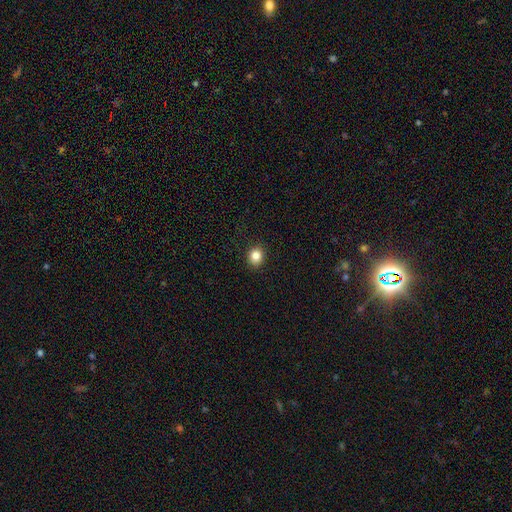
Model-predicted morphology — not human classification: smooth-or-featured: smooth: 85% | star or artifact: 11% | featured or disk: 5%
  how-rounded: round: 69% | in between: 30% | cigar-shaped: 1%
  merging: none: 91% | minor disturbance: 6% | major disturbance: 2% | merger: 1%